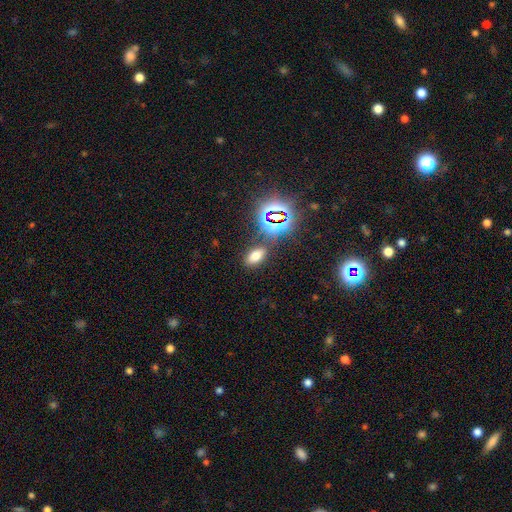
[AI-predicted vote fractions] Overall: smooth (64%; star or artifact 28%). How rounded: in between (86%). Merging: none (83%).